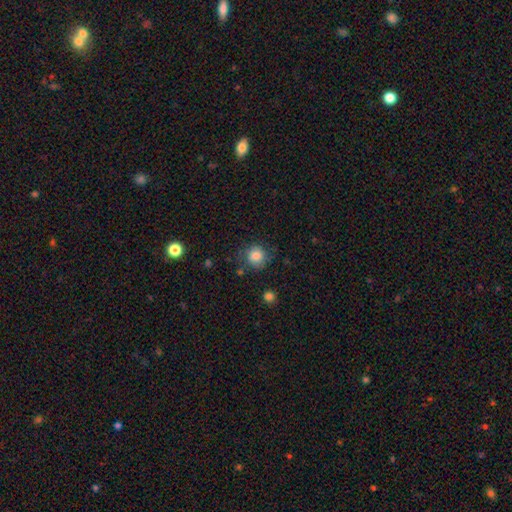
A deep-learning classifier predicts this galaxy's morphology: This is clearly a smooth galaxy (83%). How rounded: clearly round (87%). Merging: likely none (73%).